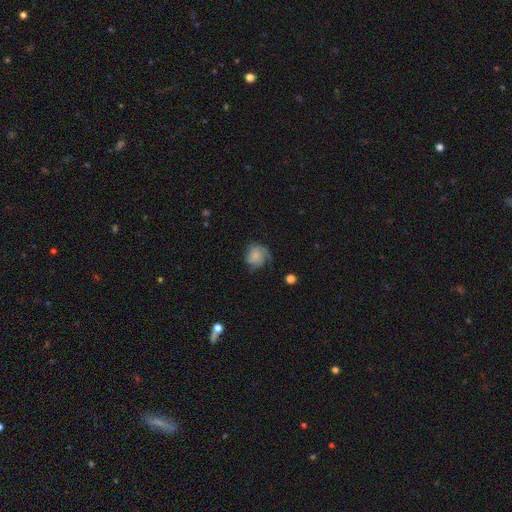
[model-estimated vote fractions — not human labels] This is possibly a smooth galaxy (47%). Merging: possibly none (55%).